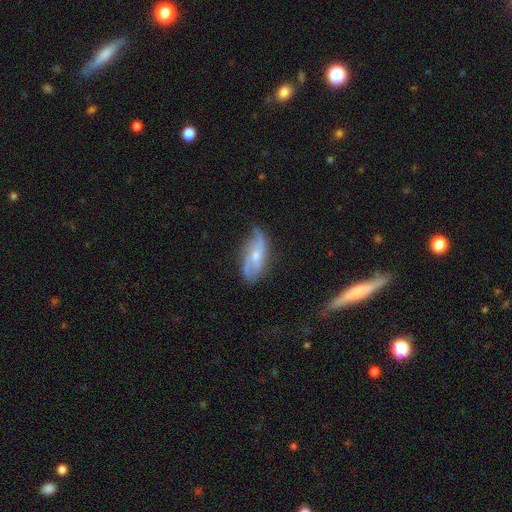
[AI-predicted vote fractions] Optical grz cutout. It shows a featured or disk galaxy (70%) with no bar (55%), 2 (63%) loose (54%) spiral arms (88%) and a small central bulge (53%). Merging: none (61%).